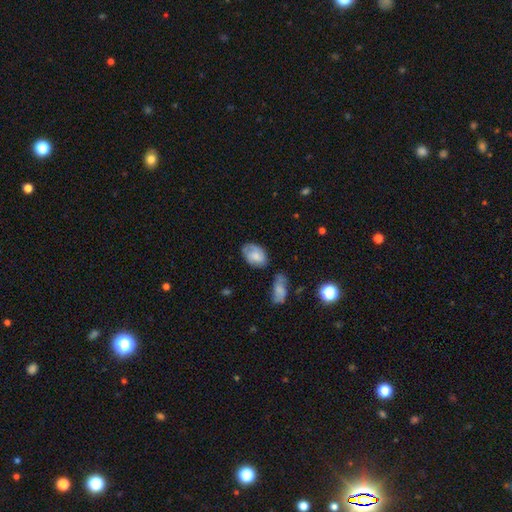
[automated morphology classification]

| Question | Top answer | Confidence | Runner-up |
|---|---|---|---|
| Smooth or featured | smooth | 63% | featured or disk (30%) |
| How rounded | in between | 88% | round (10%) |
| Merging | none | 56% | minor disturbance (29%) |